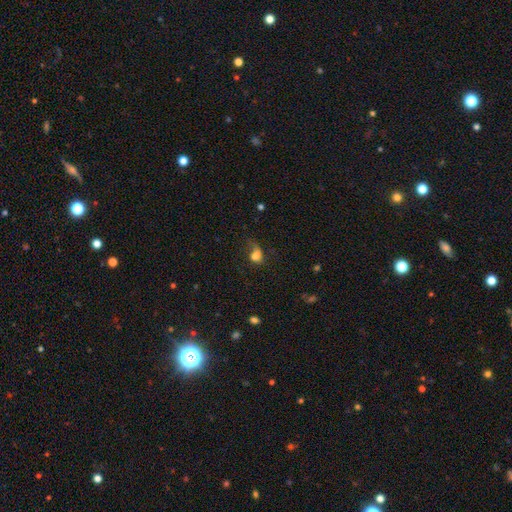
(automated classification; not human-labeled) smooth-or-featured: smooth: 67% | featured or disk: 21% | star or artifact: 12%
  how-rounded: in between: 53% | round: 45% | cigar-shaped: 2%
  merging: major disturbance: 41% | none: 30% | minor disturbance: 25% | merger: 4%